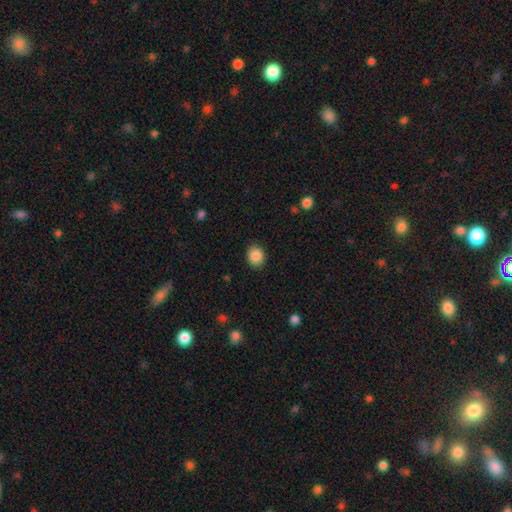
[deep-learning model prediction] Morphology: type=smooth (88%); roundness=round (66%); merging=none (88%).